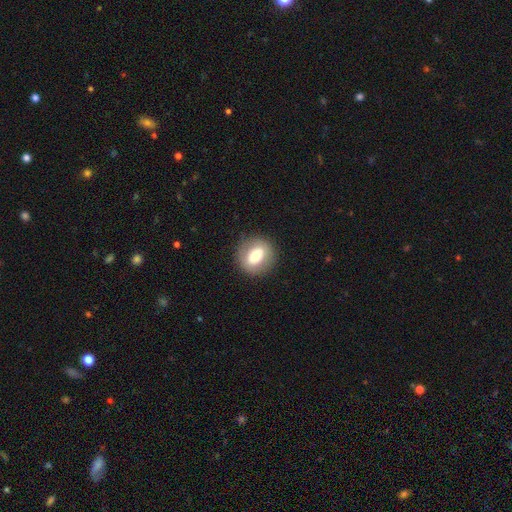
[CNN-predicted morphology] This appears to be a smooth galaxy with no disk features (68%) that is round (68%). Merging: none (86%).